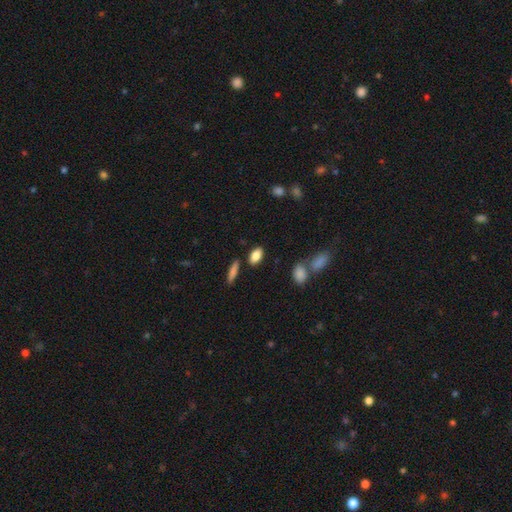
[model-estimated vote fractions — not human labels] smooth-or-featured: smooth: 83% | featured or disk: 10% | star or artifact: 8%
  how-rounded: in between: 86% | cigar-shaped: 8% | round: 6%
  merging: none: 83% | minor disturbance: 10% | merger: 5% | major disturbance: 3%